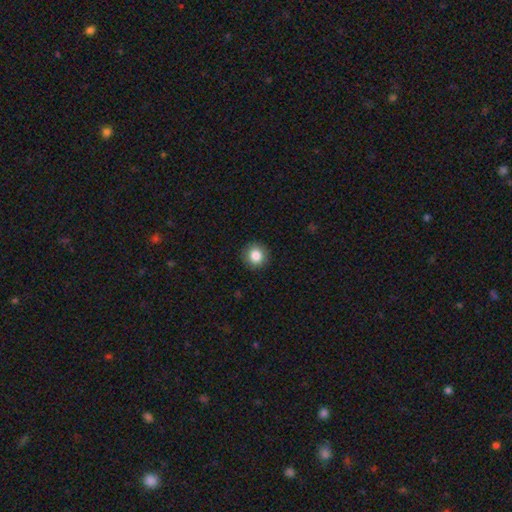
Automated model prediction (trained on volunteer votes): smooth_or_featured: smooth (p=0.85) [alt: star or artifact p=0.10]
how_rounded: round (p=0.91) [alt: in between p=0.08]
merging: none (p=0.91) [alt: minor disturbance p=0.06]